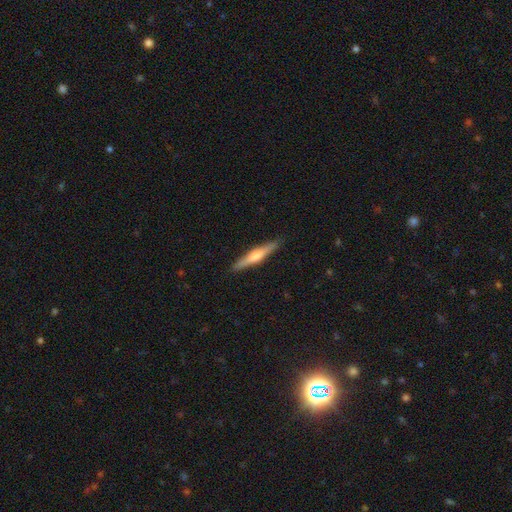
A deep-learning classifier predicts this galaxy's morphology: smooth_or_featured: featured or disk (p=0.57) [alt: smooth p=0.38]
disk_edge_on: yes (p=0.97) [alt: no p=0.03]
edge_on_bulge: rounded (p=0.83) [alt: none p=0.09]
merging: none (p=0.90) [alt: minor disturbance p=0.07]